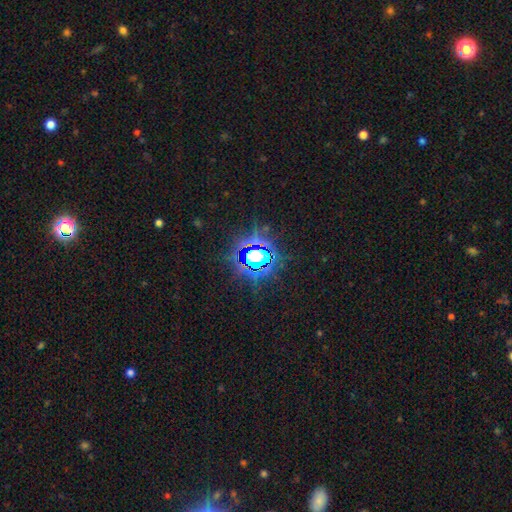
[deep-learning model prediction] Smooth or featured: star or artifact — 79% (smooth — 11%)